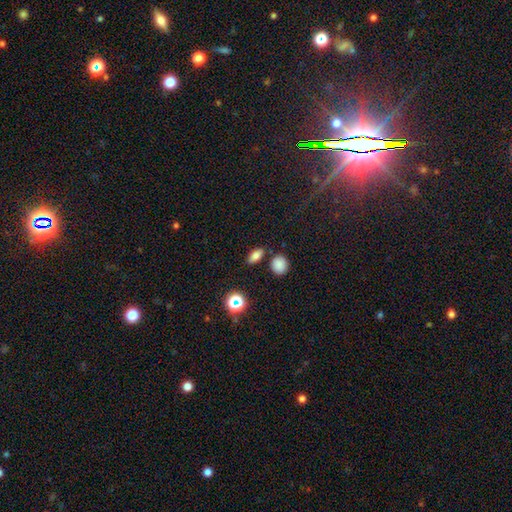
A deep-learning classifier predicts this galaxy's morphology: Smooth or featured?
  - smooth: 76% *
  - star or artifact: 14%
  - featured or disk: 10%
How rounded?
  - in between: 77% *
  - round: 13%
  - cigar-shaped: 10%
Merging?
  - none: 82% *
  - minor disturbance: 9%
  - merger: 6%
  - major disturbance: 3%